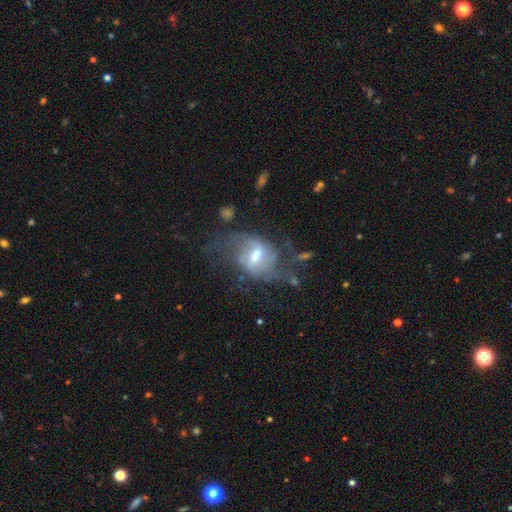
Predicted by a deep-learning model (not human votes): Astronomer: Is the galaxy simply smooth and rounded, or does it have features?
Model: featured or disk — 75%.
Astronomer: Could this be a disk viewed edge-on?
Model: no — 96%.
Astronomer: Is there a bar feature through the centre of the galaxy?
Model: weak — 57%.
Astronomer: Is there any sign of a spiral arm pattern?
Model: yes — 85%.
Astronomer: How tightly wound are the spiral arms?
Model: loose — 46% (runner-up: medium, 40%).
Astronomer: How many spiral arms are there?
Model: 2 — 74%.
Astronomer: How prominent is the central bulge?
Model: moderate — 57%.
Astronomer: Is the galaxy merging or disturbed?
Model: none — 43% (runner-up: major disturbance, 31%).